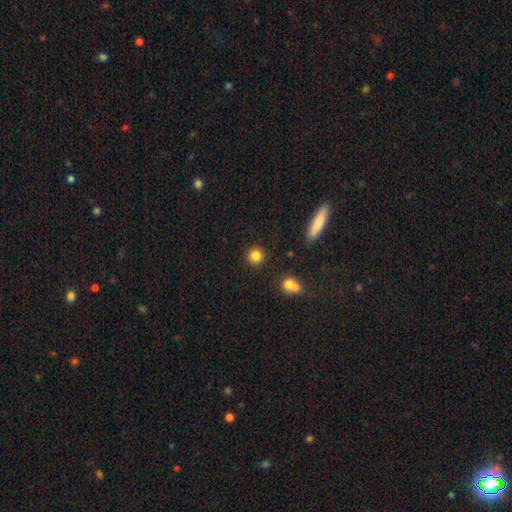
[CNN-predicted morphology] Smooth or featured? Predicted: smooth (p=0.84). How rounded? Predicted: round (p=0.92). Merging? Predicted: none (p=0.89).